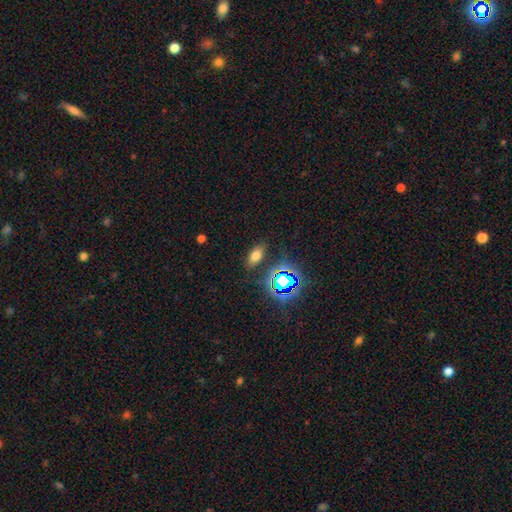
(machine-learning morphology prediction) Q: Smooth or featured?
A: smooth (67%); runner-up: star or artifact (24%)
Q: How rounded?
A: in between (86%); runner-up: round (8%)
Q: Merging?
A: none (83%); runner-up: minor disturbance (11%)